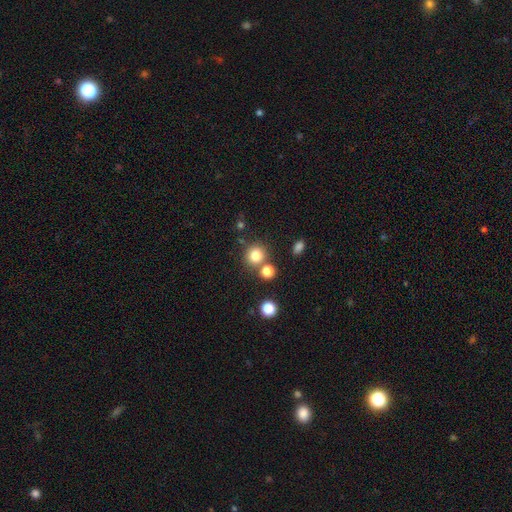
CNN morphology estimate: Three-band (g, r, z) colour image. It shows a smooth galaxy with no disk features (80%) that is round (90%). Merging: none (73%).